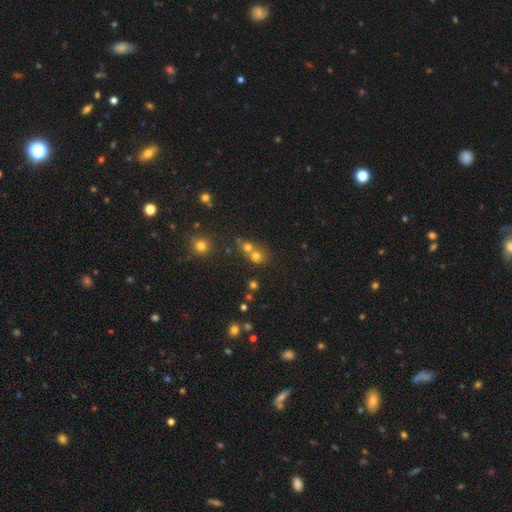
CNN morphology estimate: This appears to be a smooth galaxy with no disk features (67%) that is round (82%). Merging: merger (49%).